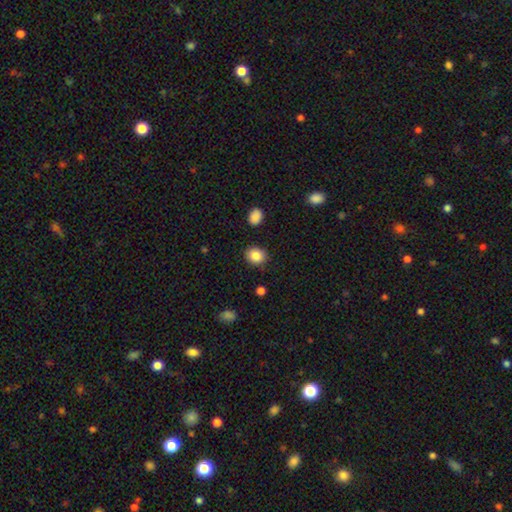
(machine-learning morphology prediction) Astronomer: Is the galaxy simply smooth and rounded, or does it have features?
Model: smooth — 86%.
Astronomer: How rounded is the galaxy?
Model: round — 66%.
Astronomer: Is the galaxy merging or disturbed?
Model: none — 88%.